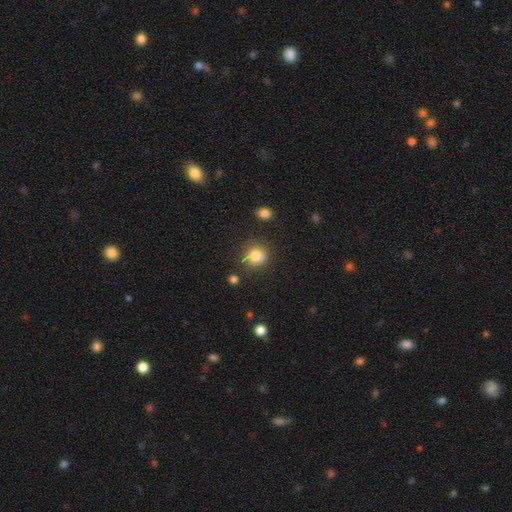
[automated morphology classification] Smooth or featured: smooth — 84% (star or artifact — 10%)
How rounded: round — 82% (in between — 18%)
Merging: none — 79% (minor disturbance — 14%)